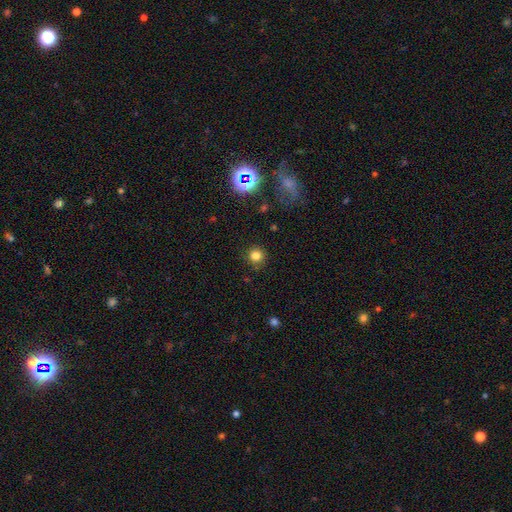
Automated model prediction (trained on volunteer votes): A smooth galaxy with no disk features (80%) that is round (93%).

Vote fractions:
- Smooth or featured? smooth: 80% / star or artifact: 15% / featured or disk: 5%
- How rounded? round: 93% / in between: 6% / cigar-shaped: 1%
- Merging? none: 87% / minor disturbance: 8% / major disturbance: 3% / merger: 2%